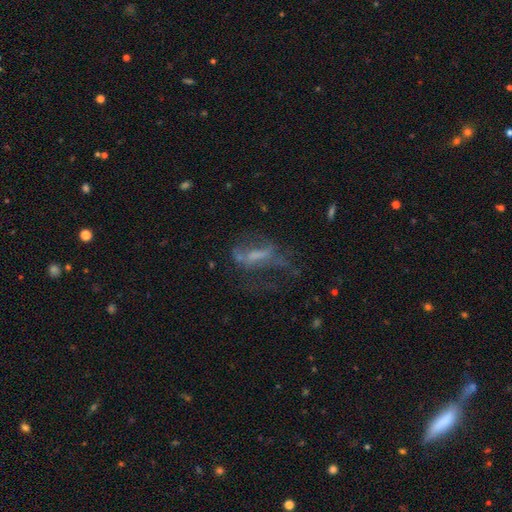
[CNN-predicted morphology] A featured or disk galaxy (53%).

Vote fractions:
- Smooth or featured? featured or disk: 53% / smooth: 27% / star or artifact: 20%
- Edge-on disk? no: 88% / yes: 12%
- Merging? major disturbance: 42% / none: 35% / minor disturbance: 17% / merger: 6%